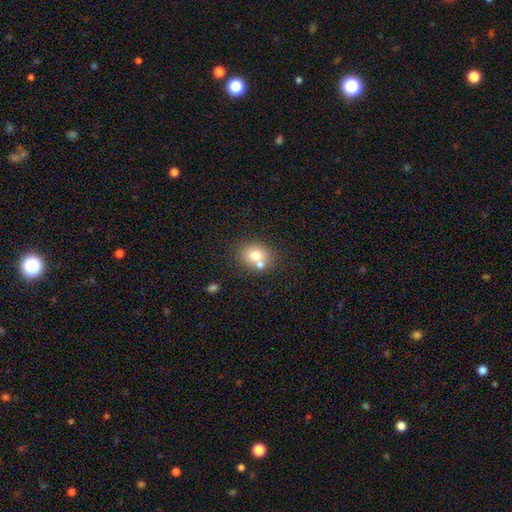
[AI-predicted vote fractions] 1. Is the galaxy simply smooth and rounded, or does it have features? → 73% smooth, 16% featured or disk, 11% star or artifact.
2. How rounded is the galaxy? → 65% round, 35% in between, 1% cigar-shaped.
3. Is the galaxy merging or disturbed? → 56% none, 30% merger, 10% minor disturbance, 3% major disturbance.